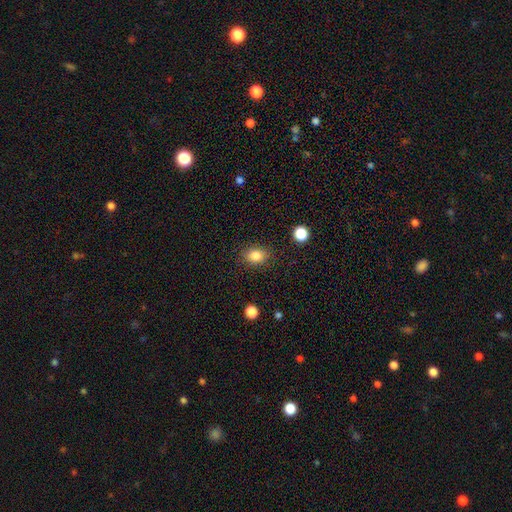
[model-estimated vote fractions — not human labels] This appears to be a smooth galaxy with no disk features (84%) that is in between round and cigar-shaped (63%). Merging: none (85%).